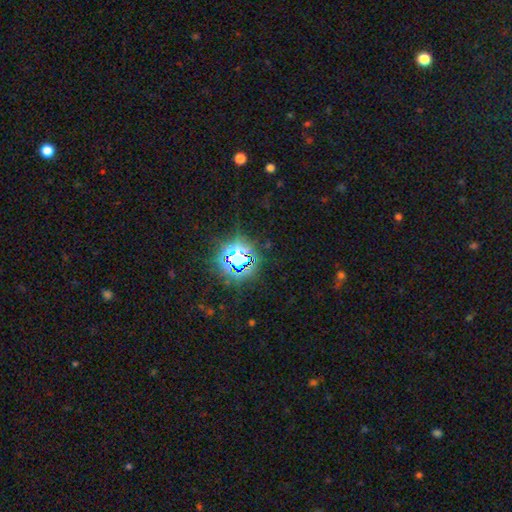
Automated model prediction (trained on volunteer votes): Smooth or featured?
  - star or artifact: 80% *
  - smooth: 12%
  - featured or disk: 8%